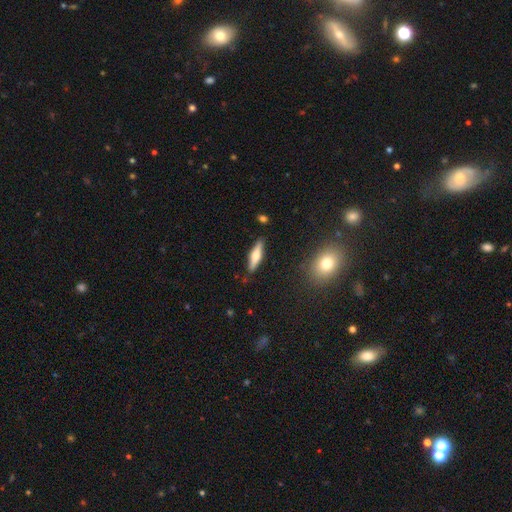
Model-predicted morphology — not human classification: Smooth or featured? Predicted: smooth (p=0.48). Merging? Predicted: none (p=0.86).